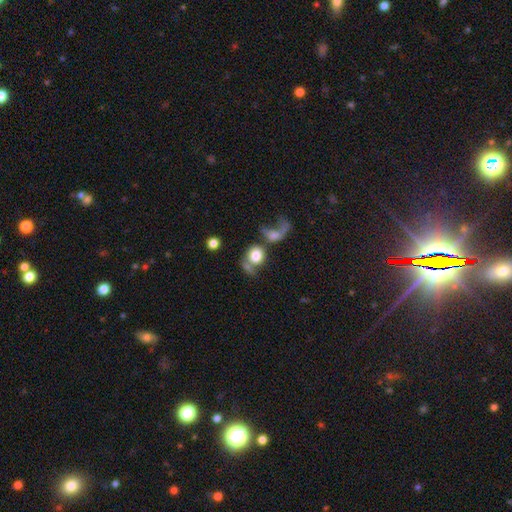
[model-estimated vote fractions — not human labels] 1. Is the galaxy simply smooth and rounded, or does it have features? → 73% smooth, 17% featured or disk, 10% star or artifact.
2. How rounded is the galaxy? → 74% round, 25% in between, 2% cigar-shaped.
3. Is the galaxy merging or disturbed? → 39% merger, 27% none, 22% major disturbance, 12% minor disturbance.